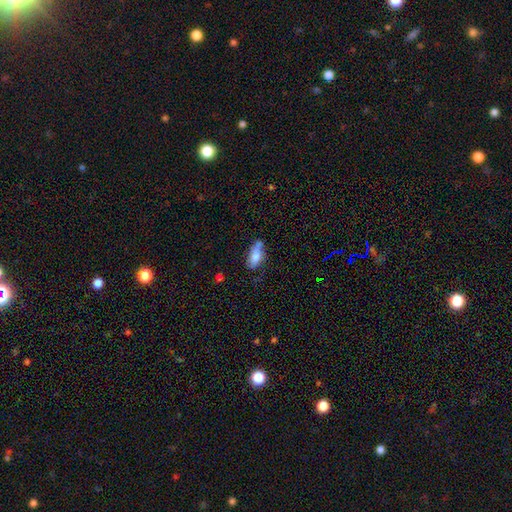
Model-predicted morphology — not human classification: Smooth or featured? smooth (72%)
How rounded? in between (78%)
Merging? none (47%)